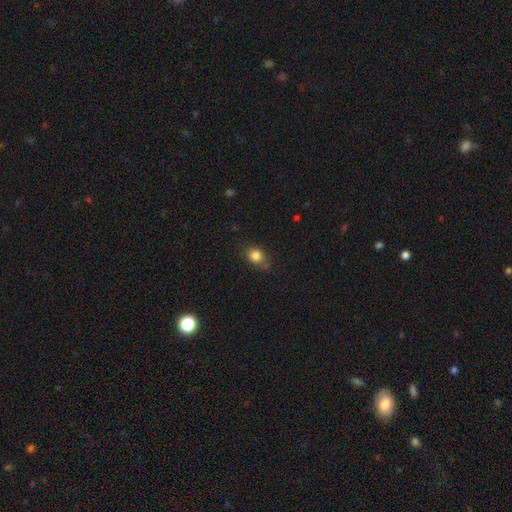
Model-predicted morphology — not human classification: Q: Smooth or featured?
A: smooth (83%); runner-up: star or artifact (10%)
Q: How rounded?
A: round (54%); runner-up: in between (45%)
Q: Merging?
A: none (66%); runner-up: minor disturbance (25%)